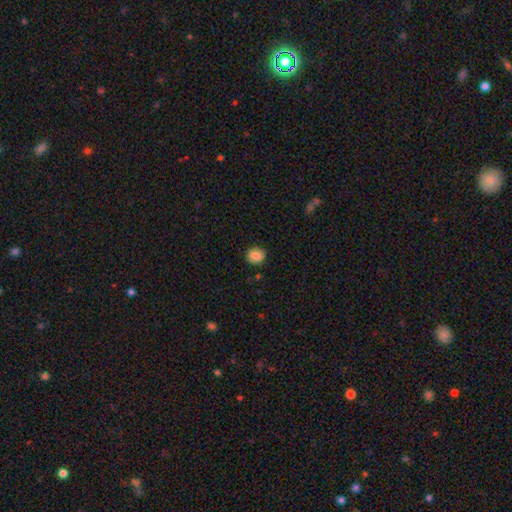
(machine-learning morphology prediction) Smooth or featured? smooth (84%)
How rounded? round (77%)
Merging? none (87%)